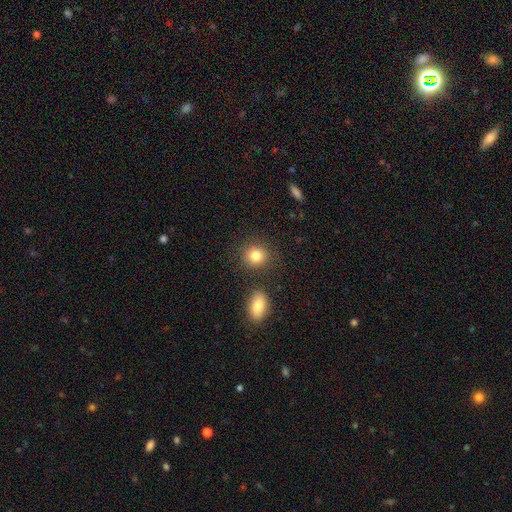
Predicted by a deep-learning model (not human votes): Morphology: type=smooth (84%); roundness=round (81%); merging=none (81%).